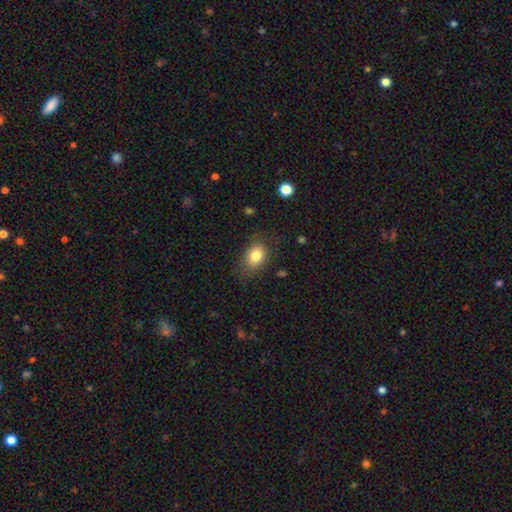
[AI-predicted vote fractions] Smooth or featured: smooth — 82% (featured or disk — 9%)
How rounded: in between — 71% (round — 28%)
Merging: none — 75% (minor disturbance — 18%)